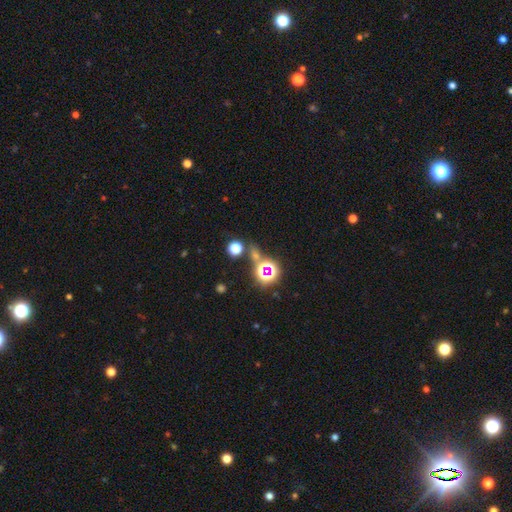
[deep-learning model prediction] A star or artifact, not a galaxy (64%).